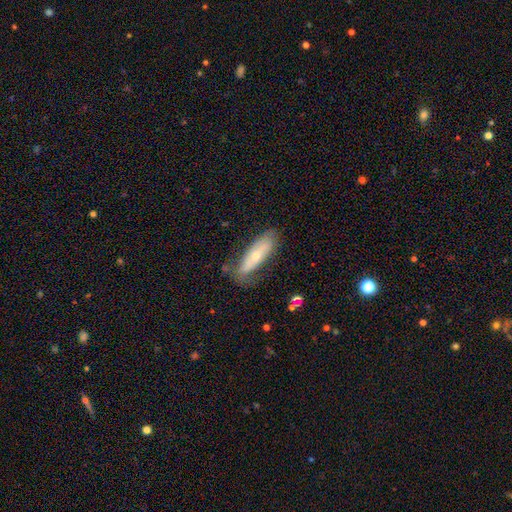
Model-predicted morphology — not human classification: Smooth or featured: smooth — 50% (featured or disk — 43%)
How rounded: in between — 52% (cigar-shaped — 46%)
Merging: none — 64% (minor disturbance — 25%)